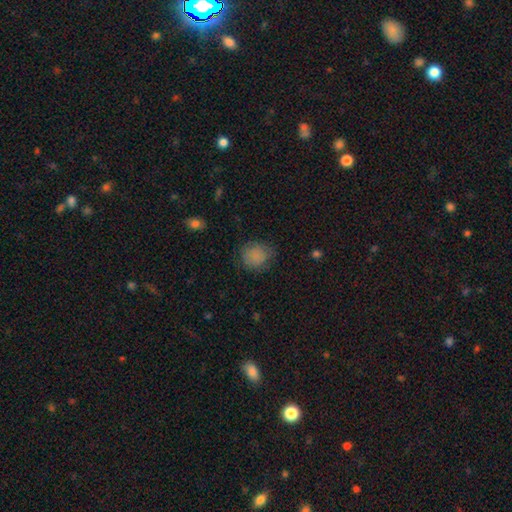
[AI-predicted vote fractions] The model was most divided on "merging": none: 73%, minor disturbance: 19%, major disturbance: 6%, merger: 1%. More confident: smooth or featured — smooth (83%); how rounded — round (80%).